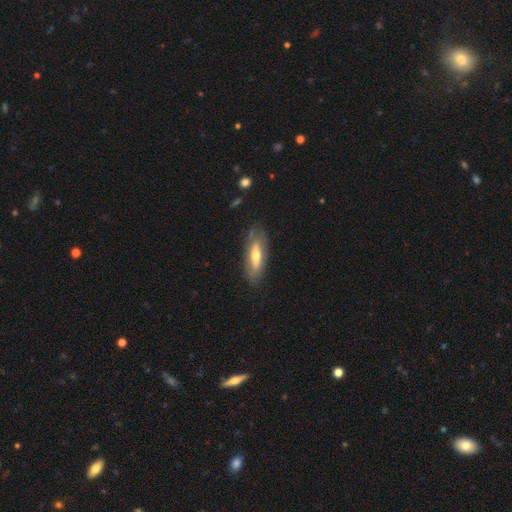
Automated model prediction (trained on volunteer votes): The model was most divided on "smooth or featured": featured or disk: 51%, smooth: 43%, star or artifact: 6%. More confident: merging — none (74%); edge-on disk — no (59%).